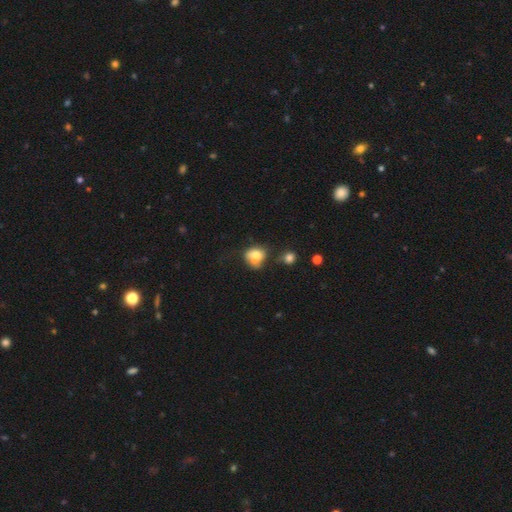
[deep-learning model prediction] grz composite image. It shows a smooth galaxy with no disk features (70%) that is round (60%). Merging: none (36%).